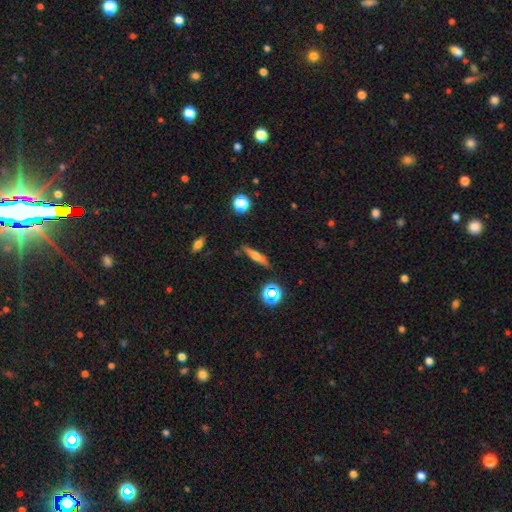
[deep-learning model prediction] smooth-or-featured: smooth: 52% | featured or disk: 36% | star or artifact: 12%
  how-rounded: cigar-shaped: 78% | in between: 17% | round: 5%
  merging: none: 81% | minor disturbance: 13% | major disturbance: 3% | merger: 3%